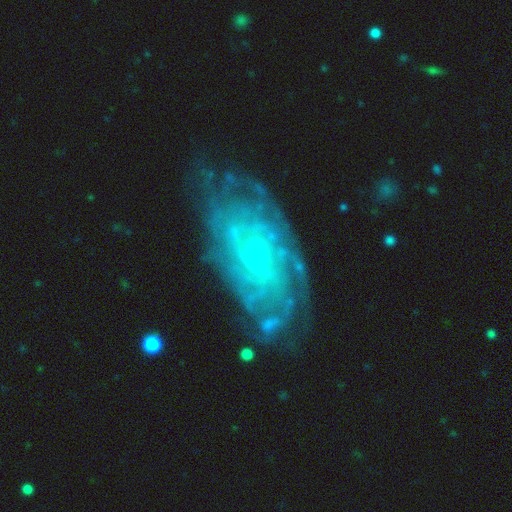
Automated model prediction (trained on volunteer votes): A featured or disk galaxy (85%) with no bar (77%), tight (76%) spiral arms (93%) and a small central bulge (87%). Merging: none (70%).